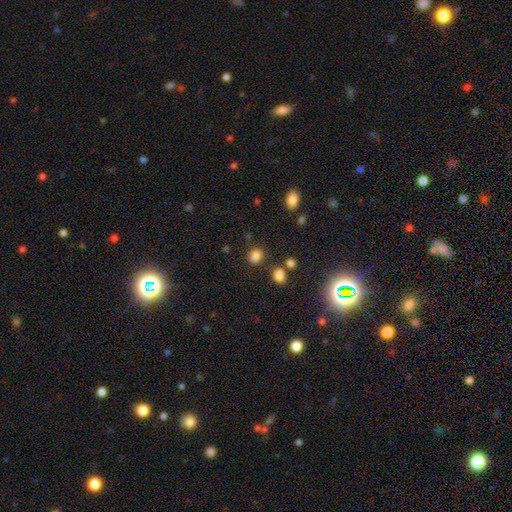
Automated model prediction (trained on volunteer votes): Smooth or featured? smooth (80%)
How rounded? round (52%)
Merging? none (73%)